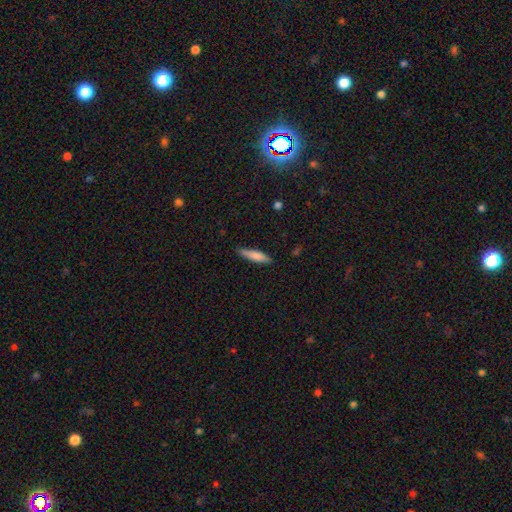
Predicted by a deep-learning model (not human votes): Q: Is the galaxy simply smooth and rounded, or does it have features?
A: smooth — 79%.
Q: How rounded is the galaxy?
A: cigar-shaped — 77%.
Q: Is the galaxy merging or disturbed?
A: none — 84%.